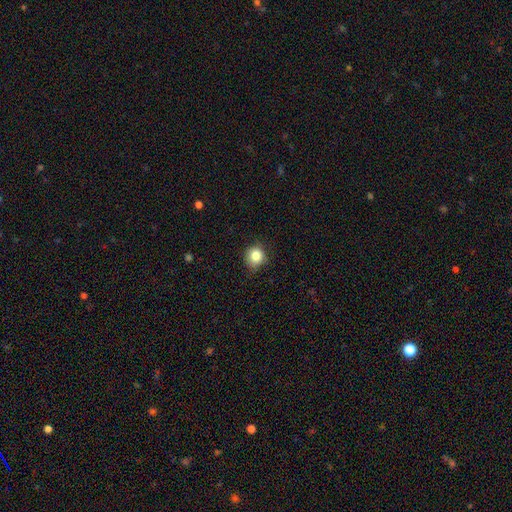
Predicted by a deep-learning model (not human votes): smooth_or_featured: smooth (p=0.84) [alt: star or artifact p=0.10]
how_rounded: round (p=0.88) [alt: in between p=0.11]
merging: none (p=0.79) [alt: minor disturbance p=0.17]